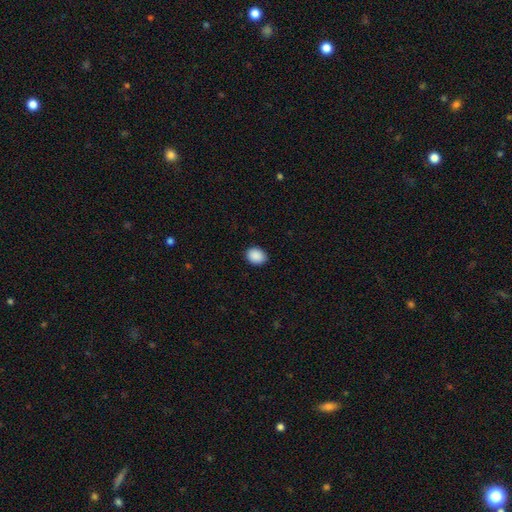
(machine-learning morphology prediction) Smooth or featured?
  - smooth: 90% *
  - star or artifact: 8%
  - featured or disk: 2%
How rounded?
  - in between: 60% *
  - round: 39%
  - cigar-shaped: 1%
Merging?
  - none: 88% *
  - minor disturbance: 9%
  - major disturbance: 2%
  - merger: 1%